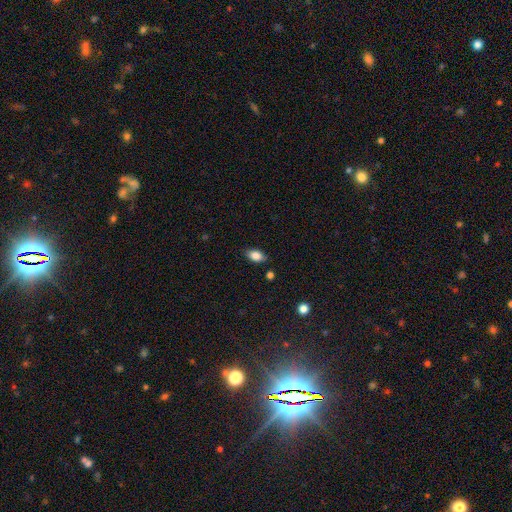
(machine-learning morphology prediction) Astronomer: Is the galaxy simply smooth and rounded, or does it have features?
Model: smooth — 84%.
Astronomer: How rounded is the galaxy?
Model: in between — 88%.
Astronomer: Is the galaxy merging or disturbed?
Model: none — 83%.